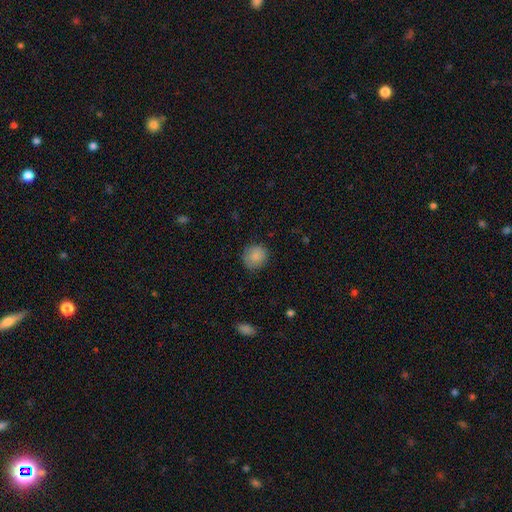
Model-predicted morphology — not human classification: This appears to be a smooth galaxy with no disk features (86%) that is round (90%). Merging: none (83%).